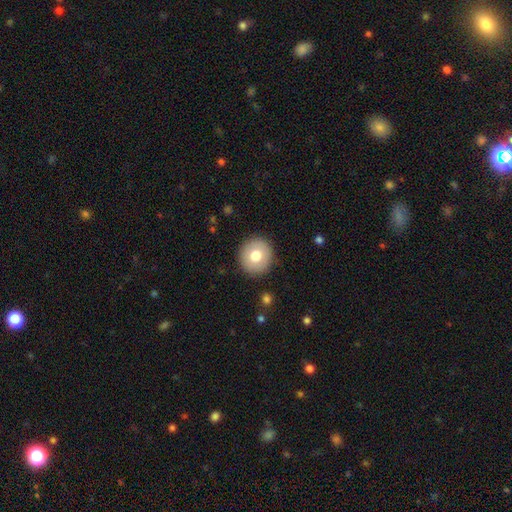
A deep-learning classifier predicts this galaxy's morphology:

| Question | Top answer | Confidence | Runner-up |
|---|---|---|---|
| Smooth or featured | smooth | 74% | featured or disk (18%) |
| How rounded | round | 91% | in between (9%) |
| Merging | none | 90% | minor disturbance (6%) |